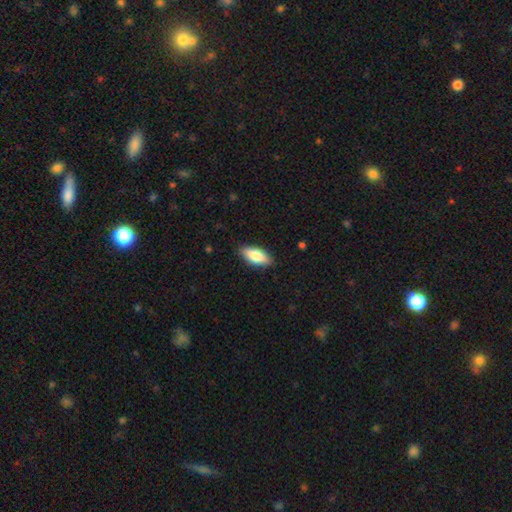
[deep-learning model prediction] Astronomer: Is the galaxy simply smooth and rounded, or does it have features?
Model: smooth — 82%.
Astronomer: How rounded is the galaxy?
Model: in between — 85%.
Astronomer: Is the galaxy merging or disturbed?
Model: none — 86%.